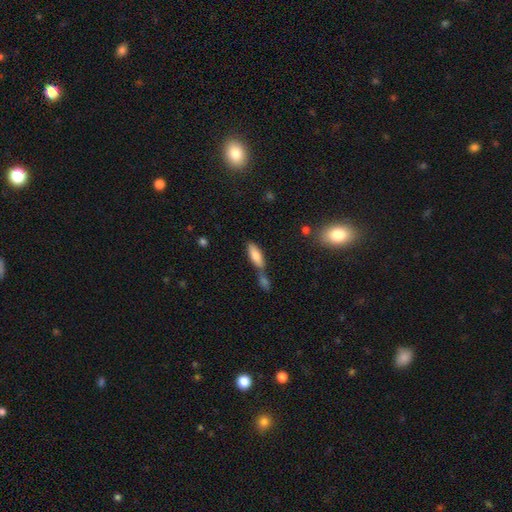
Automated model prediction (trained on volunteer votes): smooth_or_featured: smooth (p=0.79) [alt: featured or disk p=0.13]
how_rounded: in between (p=0.64) [alt: cigar-shaped p=0.34]
merging: none (p=0.42) [alt: merger p=0.40]